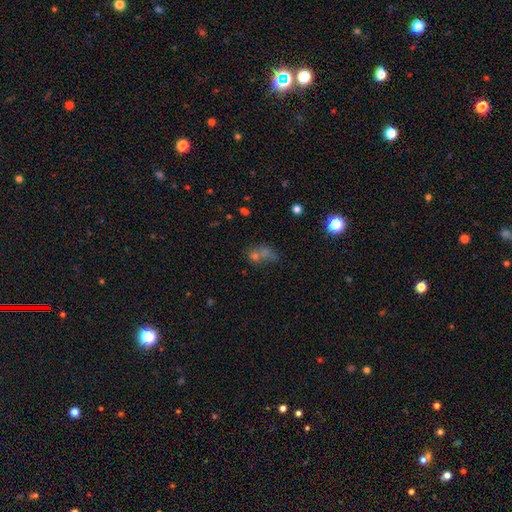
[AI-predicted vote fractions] Smooth or featured: smooth — 53% (star or artifact — 29%)
How rounded: round — 50% (in between — 47%)
Merging: merger — 42% (none — 36%)